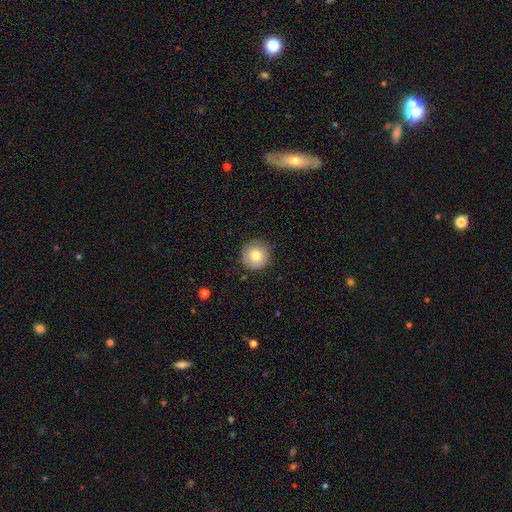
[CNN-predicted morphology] Smooth or featured? smooth (78%)
How rounded? round (96%)
Merging? none (84%)